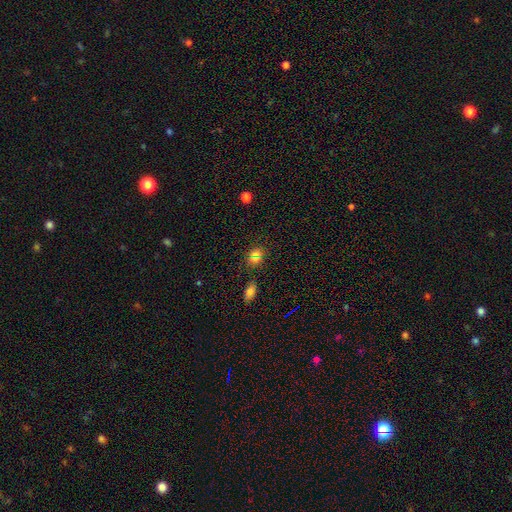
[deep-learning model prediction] Smooth or featured?
  - smooth: 61% *
  - star or artifact: 30%
  - featured or disk: 9%
How rounded?
  - round: 58% *
  - in between: 40%
  - cigar-shaped: 3%
Merging?
  - none: 73% *
  - merger: 12%
  - minor disturbance: 11%
  - major disturbance: 4%